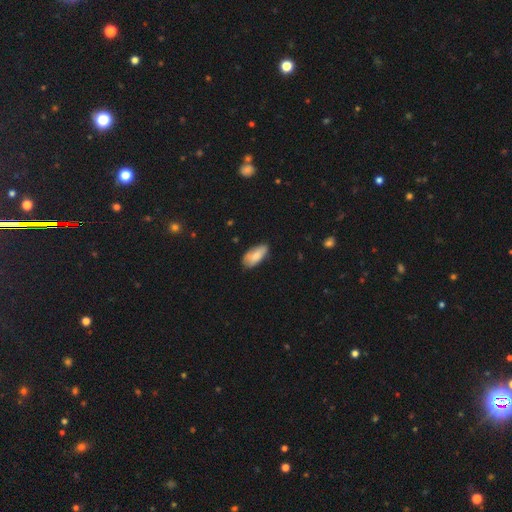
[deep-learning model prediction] A smooth galaxy with no disk features (81%) that is in between round and cigar-shaped (87%). Merging: none (63%).